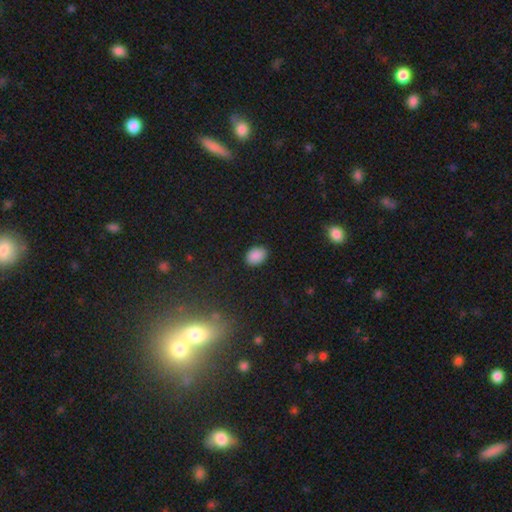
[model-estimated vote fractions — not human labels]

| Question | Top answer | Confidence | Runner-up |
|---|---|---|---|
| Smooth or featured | smooth | 87% | star or artifact (9%) |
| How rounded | in between | 78% | round (21%) |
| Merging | none | 87% | minor disturbance (10%) |